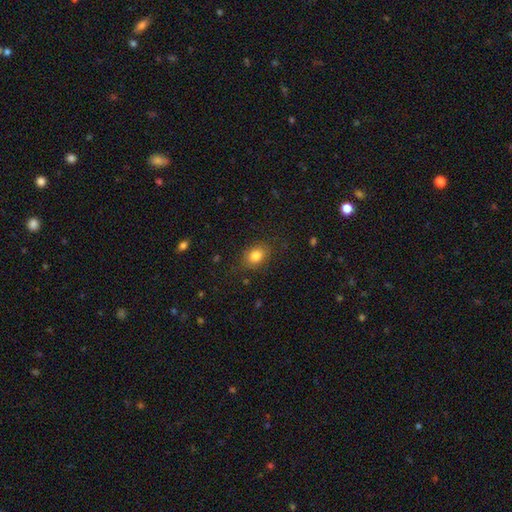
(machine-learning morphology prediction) This is clearly a smooth galaxy (82%). How rounded: likely in between (70%). Merging: likely none (80%).